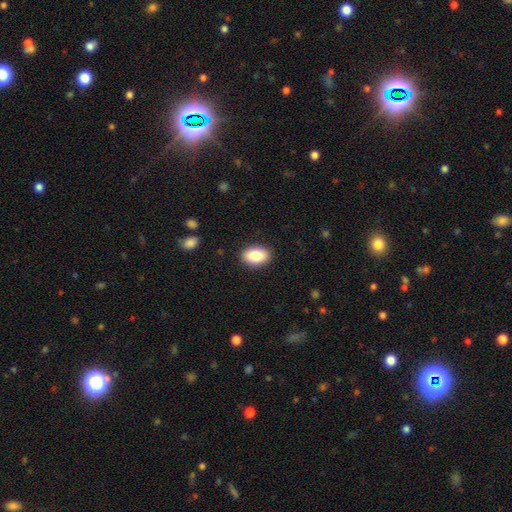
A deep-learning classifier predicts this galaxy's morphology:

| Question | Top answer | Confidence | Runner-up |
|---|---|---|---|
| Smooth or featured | smooth | 85% | featured or disk (8%) |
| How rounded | in between | 90% | round (9%) |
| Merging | none | 89% | minor disturbance (8%) |